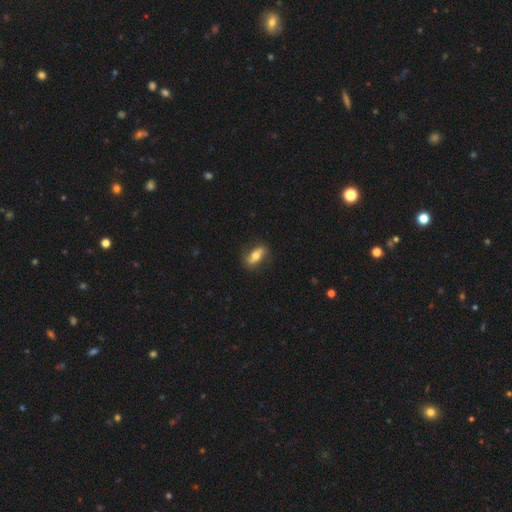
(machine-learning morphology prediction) A smooth galaxy with no disk features (52%) that is in between round and cigar-shaped (69%). Merging: none (79%).